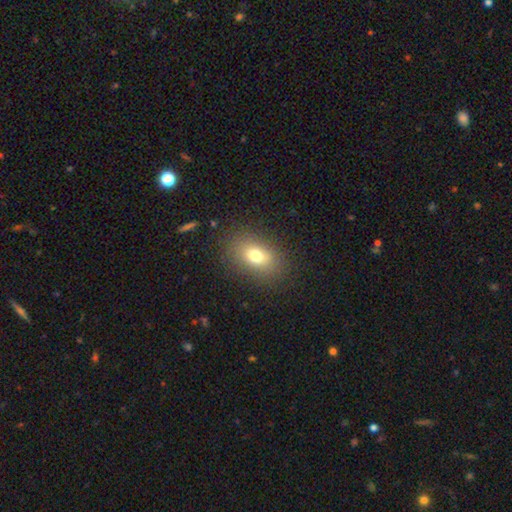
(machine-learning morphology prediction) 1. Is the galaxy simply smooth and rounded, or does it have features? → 74% smooth, 13% featured or disk, 13% star or artifact.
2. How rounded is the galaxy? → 75% in between, 23% round, 2% cigar-shaped.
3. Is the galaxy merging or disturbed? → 84% none, 10% minor disturbance, 5% major disturbance, 1% merger.